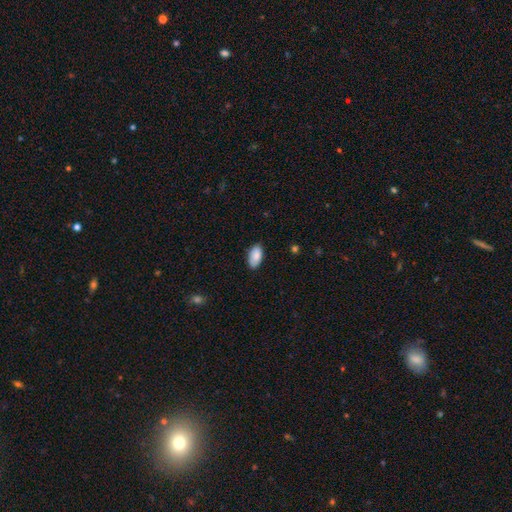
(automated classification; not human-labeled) Smooth or featured? Predicted: smooth (p=0.87). How rounded? Predicted: in between (p=0.95). Merging? Predicted: none (p=0.83).